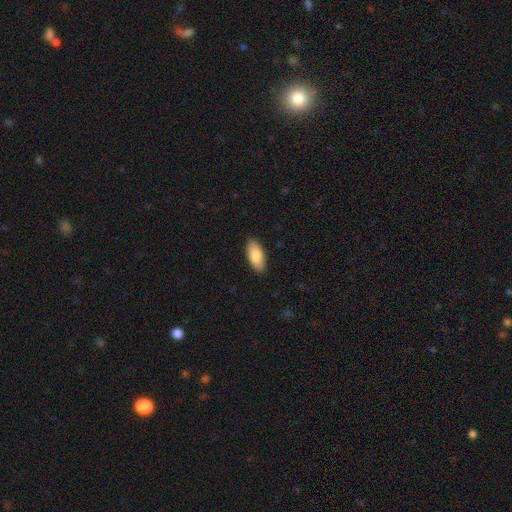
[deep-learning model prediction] Smooth or featured: smooth — 87% (featured or disk — 8%)
How rounded: in between — 90% (cigar-shaped — 8%)
Merging: none — 89% (minor disturbance — 8%)